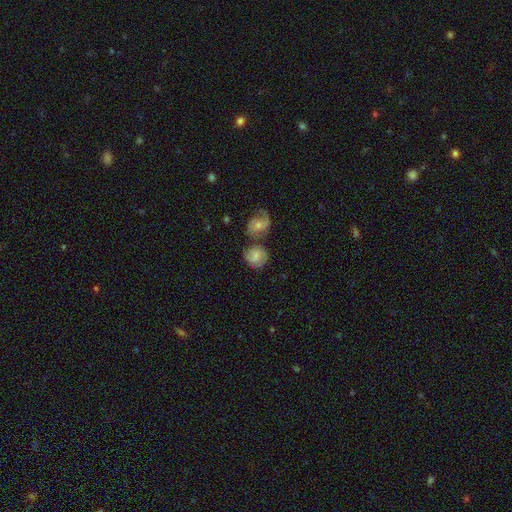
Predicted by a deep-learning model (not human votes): Smooth or featured?
  - smooth: 55% *
  - featured or disk: 37%
  - star or artifact: 8%
How rounded?
  - round: 75% *
  - in between: 24%
  - cigar-shaped: 1%
Merging?
  - none: 49% *
  - merger: 31%
  - minor disturbance: 14%
  - major disturbance: 6%